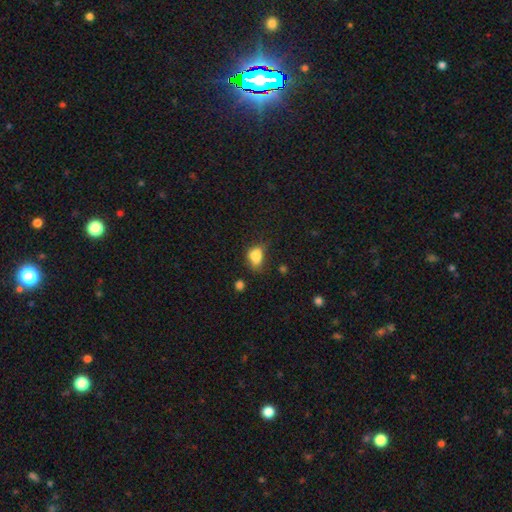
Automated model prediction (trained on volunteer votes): Smooth or featured? Predicted: smooth (p=0.80). How rounded? Predicted: in between (p=0.72). Merging? Predicted: none (p=0.40).